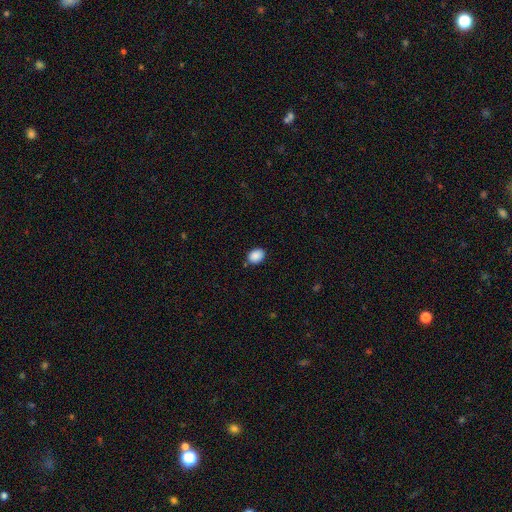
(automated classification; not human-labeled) Morphology: type=smooth (88%); roundness=in between (68%); merging=none (82%).